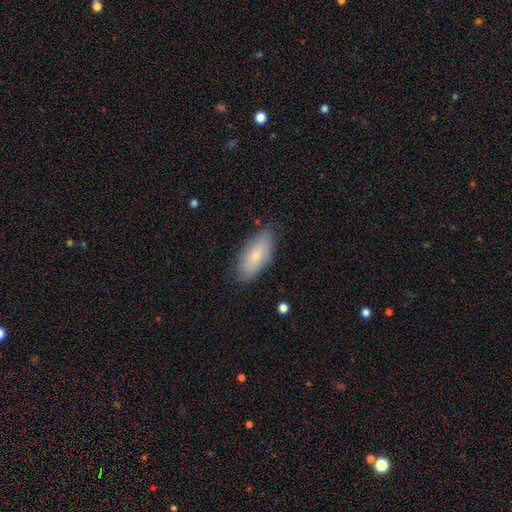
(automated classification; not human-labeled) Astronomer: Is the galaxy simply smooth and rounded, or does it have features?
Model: smooth — 72%.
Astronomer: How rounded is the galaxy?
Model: in between — 87%.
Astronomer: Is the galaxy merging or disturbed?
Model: none — 81%.